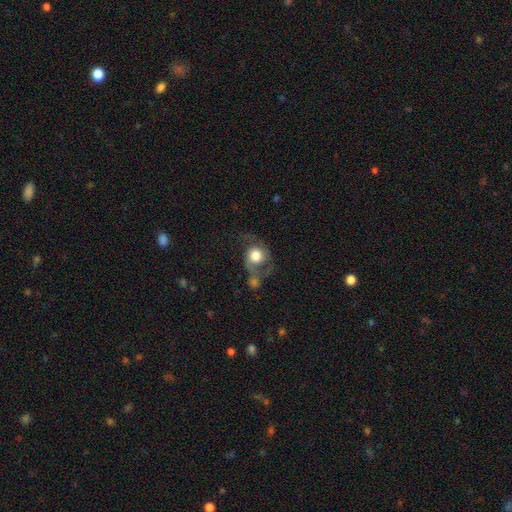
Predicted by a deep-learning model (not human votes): A smooth galaxy with no disk features (48%). Merging: none (29%).